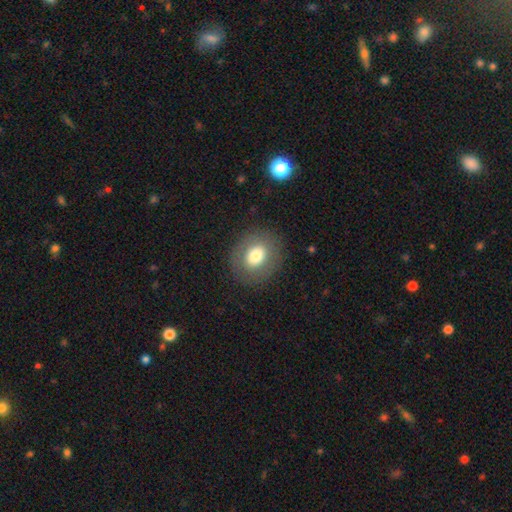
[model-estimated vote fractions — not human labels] A smooth galaxy with no disk features (72%) that is round (63%).

Vote fractions:
- Smooth or featured? smooth: 72% / featured or disk: 19% / star or artifact: 9%
- How rounded? round: 63% / in between: 36% / cigar-shaped: 1%
- Merging? none: 86% / minor disturbance: 9% / major disturbance: 4% / merger: 1%